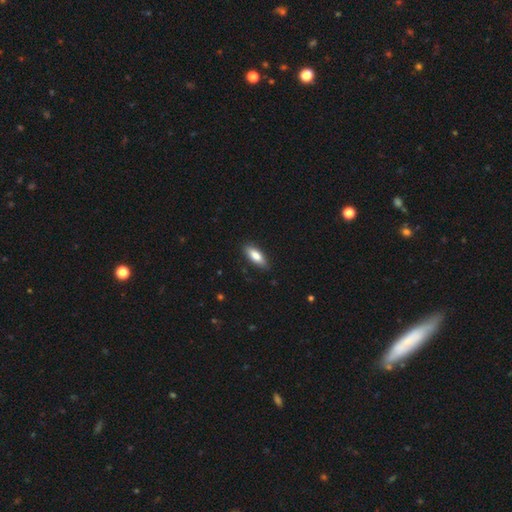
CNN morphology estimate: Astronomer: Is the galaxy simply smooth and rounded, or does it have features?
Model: smooth — 82%.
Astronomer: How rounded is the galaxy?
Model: in between — 70%.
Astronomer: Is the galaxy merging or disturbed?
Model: none — 86%.